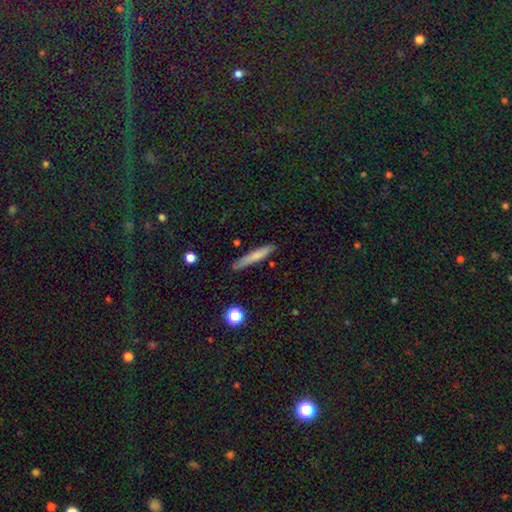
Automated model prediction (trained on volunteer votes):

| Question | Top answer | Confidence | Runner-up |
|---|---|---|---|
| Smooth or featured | smooth | 70% | featured or disk (22%) |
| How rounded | cigar-shaped | 93% | in between (6%) |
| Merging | none | 85% | minor disturbance (11%) |